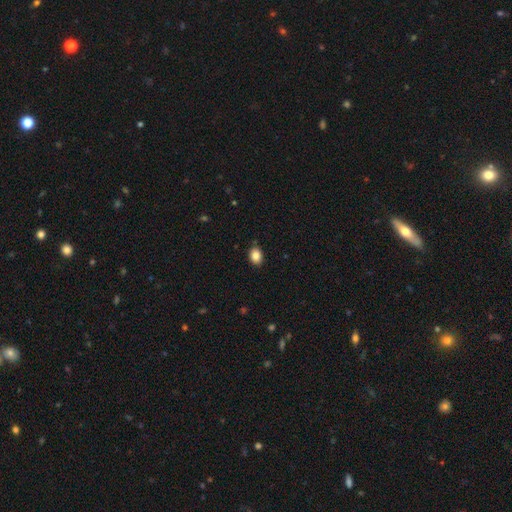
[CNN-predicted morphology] This is clearly a smooth galaxy (86%). How rounded: likely in between (68%). Merging: clearly none (86%).